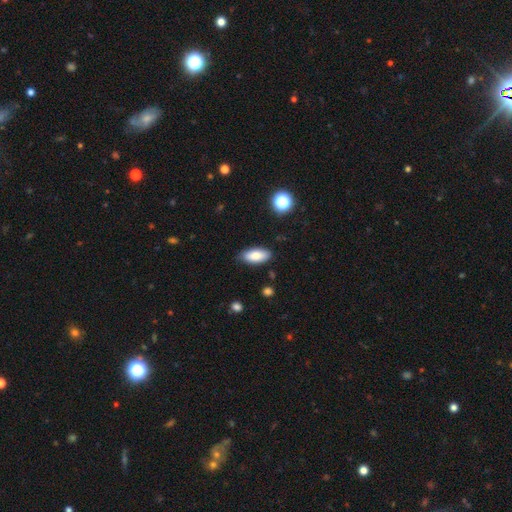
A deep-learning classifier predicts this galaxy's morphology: smooth 83%, featured or disk 10%, star or artifact 7%. Down the decision tree: how rounded — in between (86%); merging — none (84%).